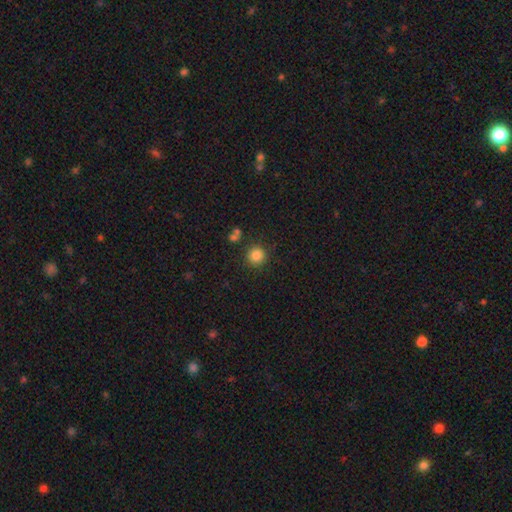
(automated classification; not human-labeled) The model was most divided on "smooth or featured": smooth: 84%, star or artifact: 11%, featured or disk: 4%. More confident: how rounded — round (93%); merging — none (84%).